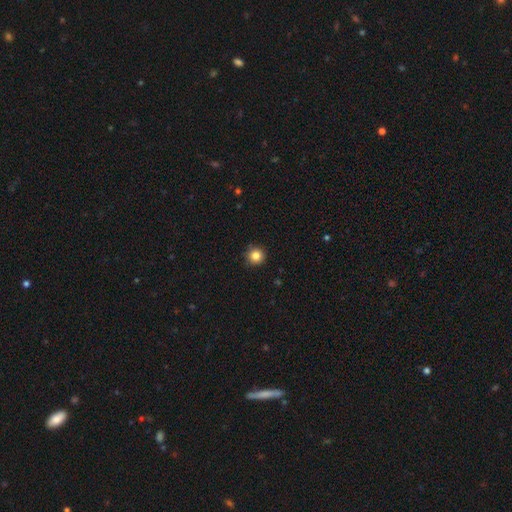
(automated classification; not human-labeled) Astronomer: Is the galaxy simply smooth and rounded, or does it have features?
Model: smooth — 84%.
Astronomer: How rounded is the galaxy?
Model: round — 95%.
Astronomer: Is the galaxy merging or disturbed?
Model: none — 89%.